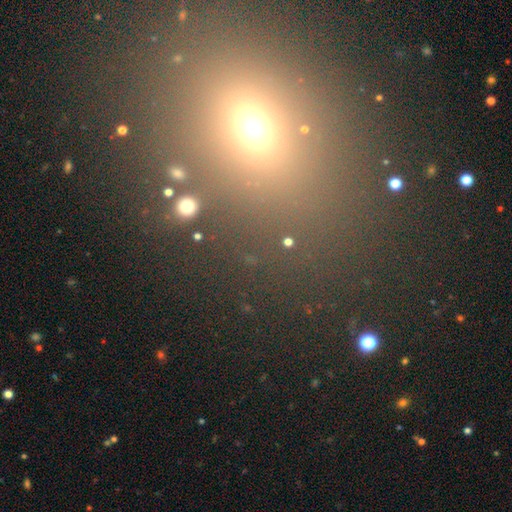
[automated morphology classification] Smooth or featured: smooth — 48% (star or artifact — 44%)
Merging: none — 84% (minor disturbance — 7%)